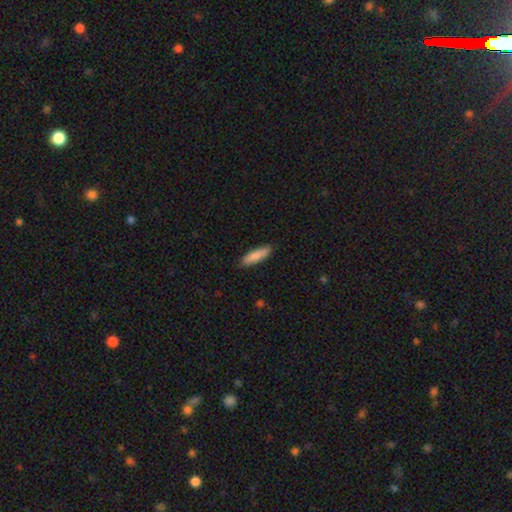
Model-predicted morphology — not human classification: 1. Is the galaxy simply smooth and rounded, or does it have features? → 85% smooth, 9% featured or disk, 6% star or artifact.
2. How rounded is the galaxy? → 66% cigar-shaped, 32% in between, 1% round.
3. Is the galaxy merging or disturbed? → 85% none, 12% minor disturbance, 2% major disturbance, 1% merger.